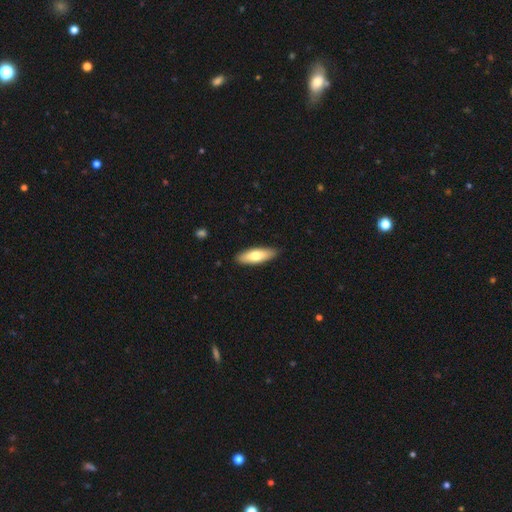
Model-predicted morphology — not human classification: A smooth galaxy with no disk features (70%) that is in between round and cigar-shaped (57%). Merging: none (88%).